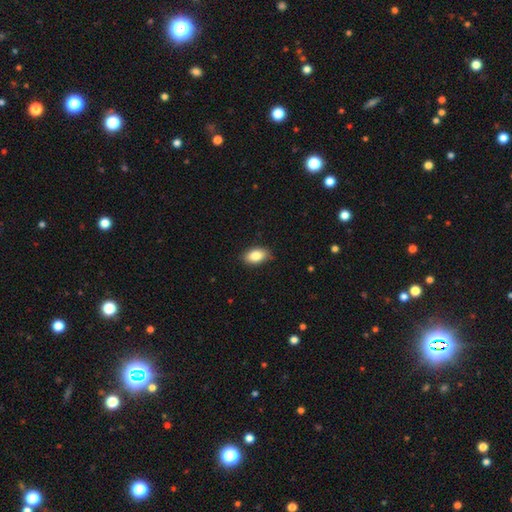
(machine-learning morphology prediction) The model was most divided on "merging": none: 84%, minor disturbance: 13%, major disturbance: 2%, merger: 1%. More confident: how rounded — in between (91%); smooth or featured — smooth (85%).